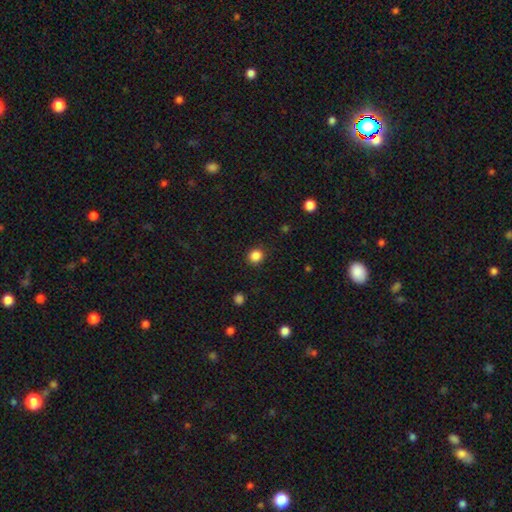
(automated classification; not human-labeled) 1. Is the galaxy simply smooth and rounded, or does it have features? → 86% smooth, 11% star or artifact, 3% featured or disk.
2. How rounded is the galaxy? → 86% round, 13% in between, 1% cigar-shaped.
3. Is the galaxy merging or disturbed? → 90% none, 7% minor disturbance, 2% major disturbance, 1% merger.